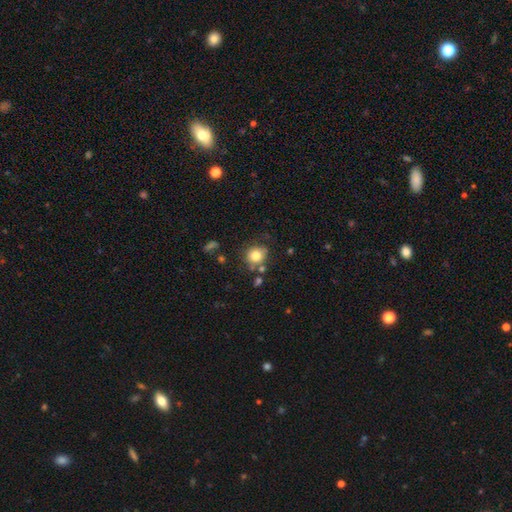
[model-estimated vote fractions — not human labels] Morphology: type=smooth (79%); roundness=round (85%); merging=none (71%).